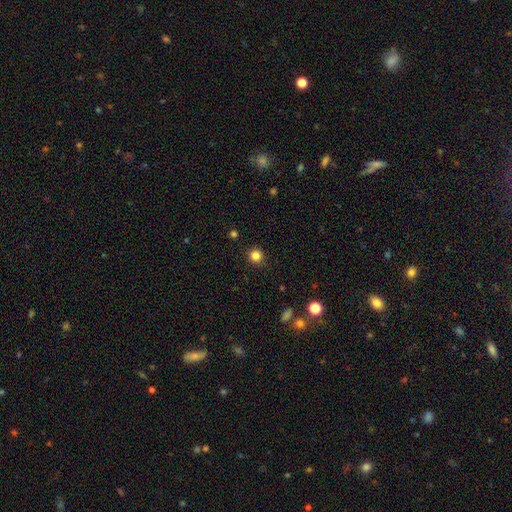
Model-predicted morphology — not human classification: Smooth or featured? smooth (83%)
How rounded? round (93%)
Merging? none (90%)